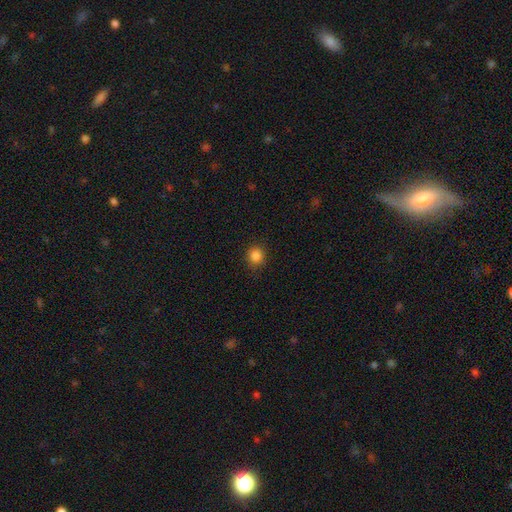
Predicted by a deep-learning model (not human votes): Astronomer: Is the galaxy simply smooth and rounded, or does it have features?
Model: smooth — 85%.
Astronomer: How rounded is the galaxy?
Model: round — 87%.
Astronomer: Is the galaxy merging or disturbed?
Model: none — 88%.